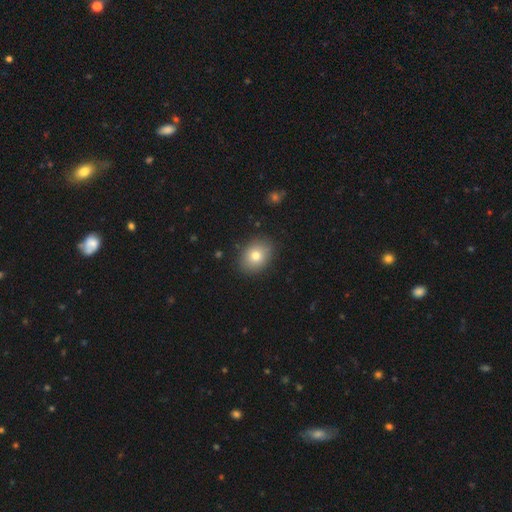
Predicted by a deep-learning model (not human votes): Smooth or featured?
  - smooth: 77% *
  - featured or disk: 13%
  - star or artifact: 10%
How rounded?
  - in between: 50% *
  - round: 49%
  - cigar-shaped: 1%
Merging?
  - none: 86% *
  - minor disturbance: 10%
  - major disturbance: 3%
  - merger: 1%